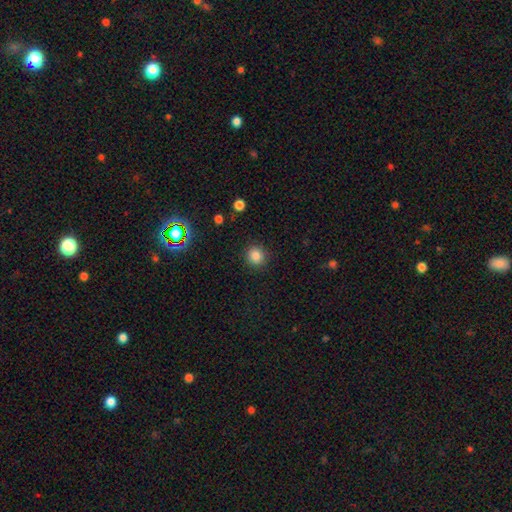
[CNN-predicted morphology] Smooth or featured?
  - smooth: 84% *
  - star or artifact: 12%
  - featured or disk: 4%
How rounded?
  - round: 89% *
  - in between: 10%
  - cigar-shaped: 1%
Merging?
  - none: 89% *
  - minor disturbance: 7%
  - major disturbance: 3%
  - merger: 1%